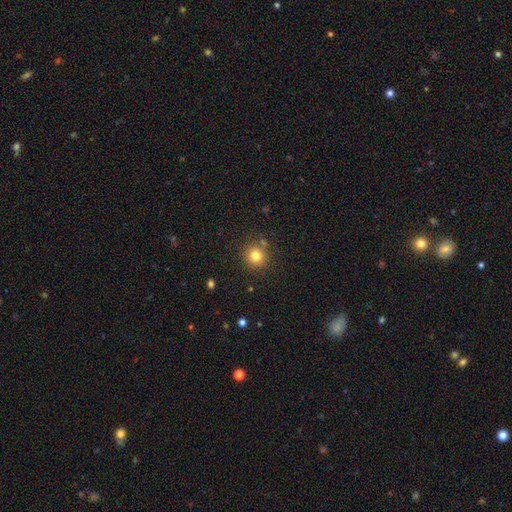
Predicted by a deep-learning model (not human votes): Smooth or featured: smooth — 81% (star or artifact — 13%)
How rounded: round — 93% (in between — 6%)
Merging: none — 82% (minor disturbance — 9%)